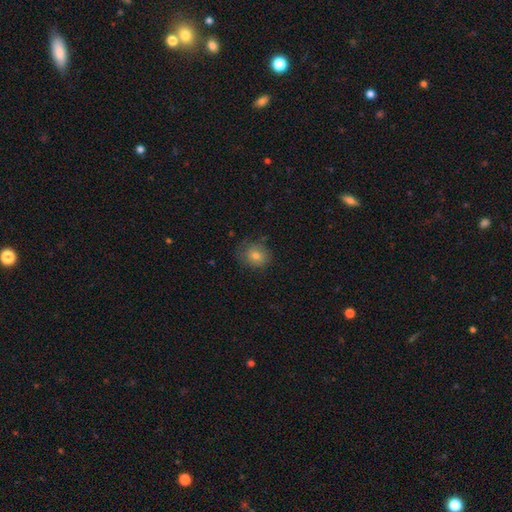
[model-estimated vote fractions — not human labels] A smooth galaxy with no disk features (73%) that is round (77%).

Vote fractions:
- Smooth or featured? smooth: 73% / star or artifact: 14% / featured or disk: 13%
- How rounded? round: 77% / in between: 22% / cigar-shaped: 1%
- Merging? none: 76% / minor disturbance: 17% / major disturbance: 5% / merger: 1%